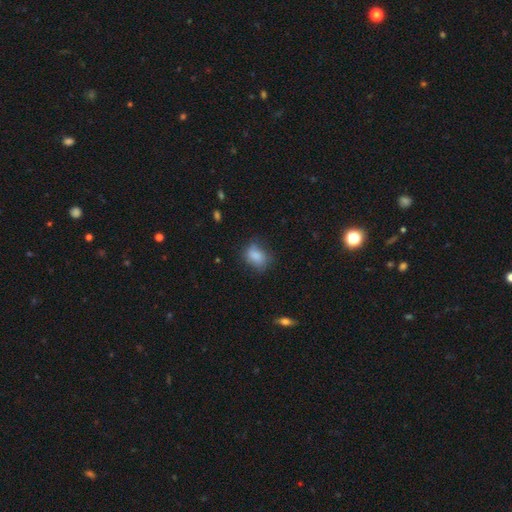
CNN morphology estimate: smooth-or-featured: smooth: 83% | star or artifact: 9% | featured or disk: 8%
  how-rounded: in between: 69% | round: 30% | cigar-shaped: 1%
  merging: none: 62% | minor disturbance: 28% | major disturbance: 9% | merger: 2%